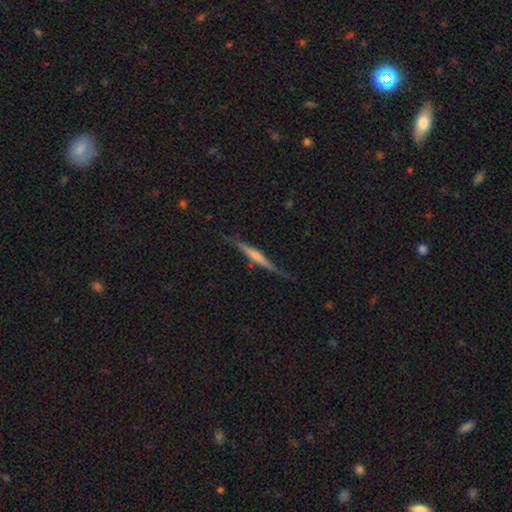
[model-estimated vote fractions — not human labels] Smooth or featured? Predicted: featured or disk (p=0.70). Edge-on disk? Predicted: yes (p=0.97). Edge-on bulge? Predicted: rounded (p=0.52). Merging? Predicted: none (p=0.81).